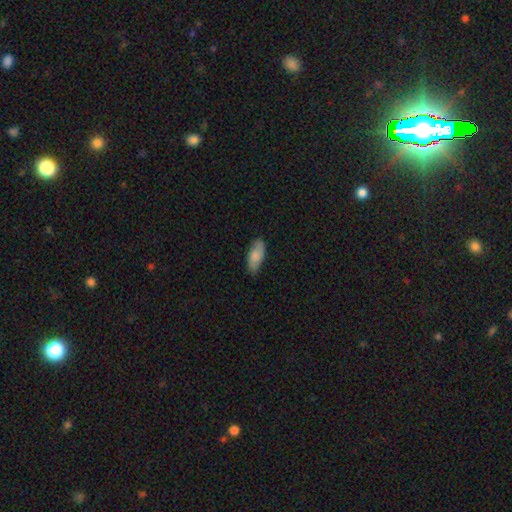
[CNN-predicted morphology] smooth 81%, featured or disk 13%, star or artifact 6%. Down the decision tree: how rounded — in between (83%); merging — none (78%).